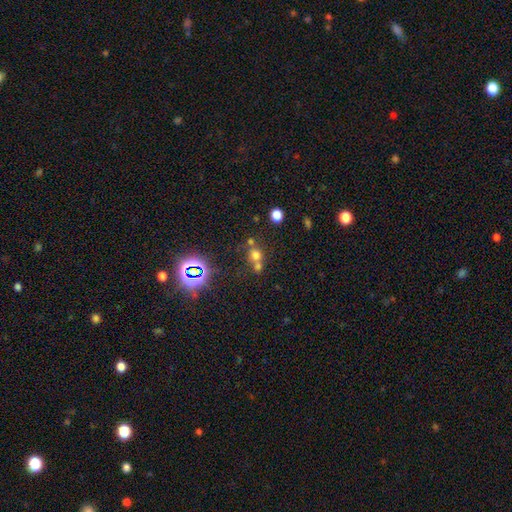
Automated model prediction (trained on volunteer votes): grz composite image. It shows a smooth galaxy with no disk features (60%) that is round (79%). Merging: merger (45%).